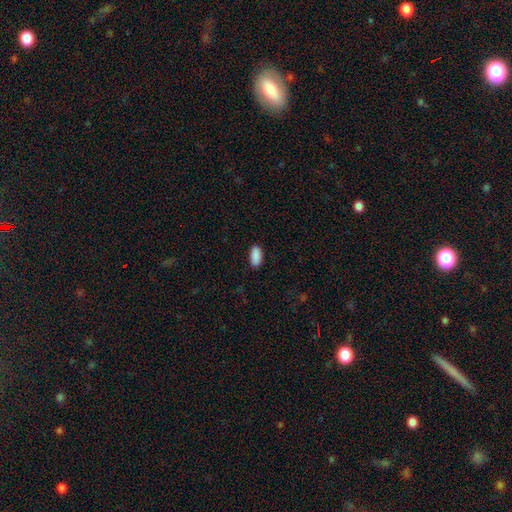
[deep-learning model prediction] A smooth galaxy with no disk features (91%) that is in between round and cigar-shaped (93%). Merging: none (88%).